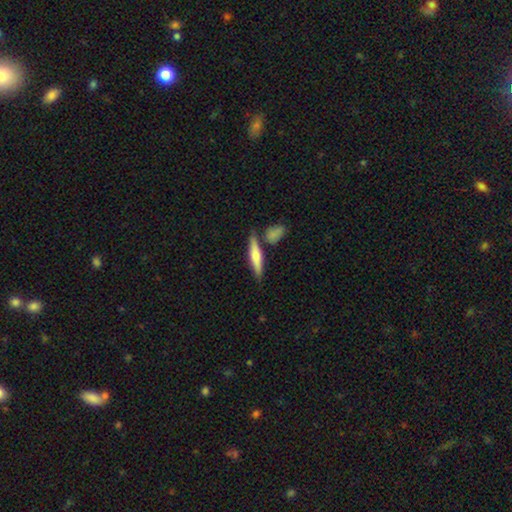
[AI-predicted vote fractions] Smooth or featured? smooth (51%)
How rounded? cigar-shaped (79%)
Merging? none (74%)